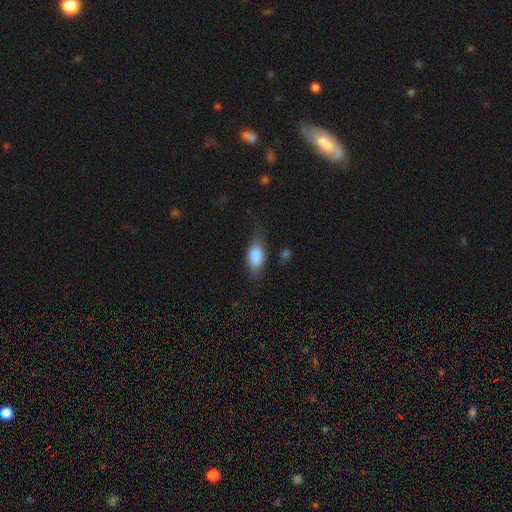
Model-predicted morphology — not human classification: type=smooth (83%); roundness=in between (87%); merging=none (60%).